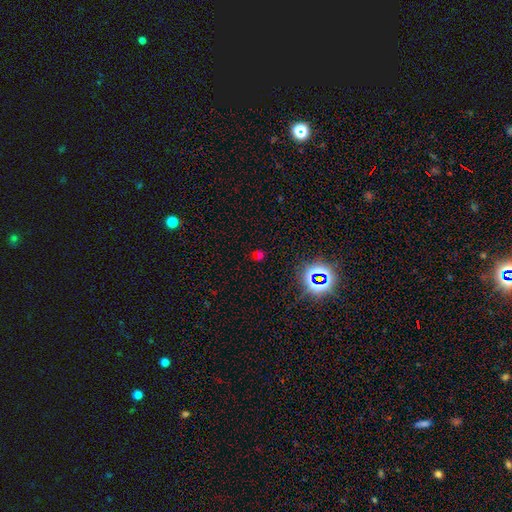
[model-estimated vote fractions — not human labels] A star or artifact, not a galaxy (50%).

Vote fractions:
- Smooth or featured? star or artifact: 50% / smooth: 43% / featured or disk: 6%